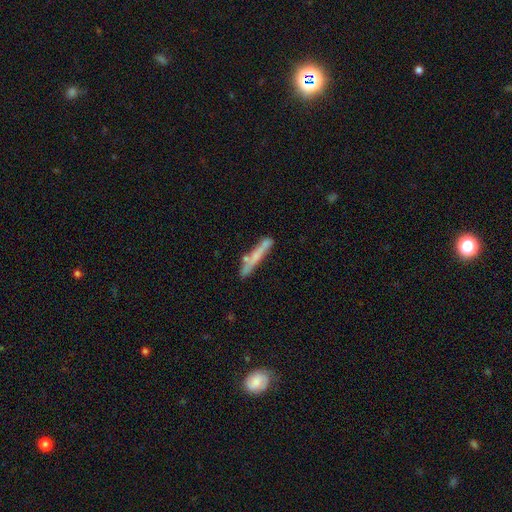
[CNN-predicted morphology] Smooth or featured? Predicted: smooth (p=0.50). Merging? Predicted: none (p=0.68).